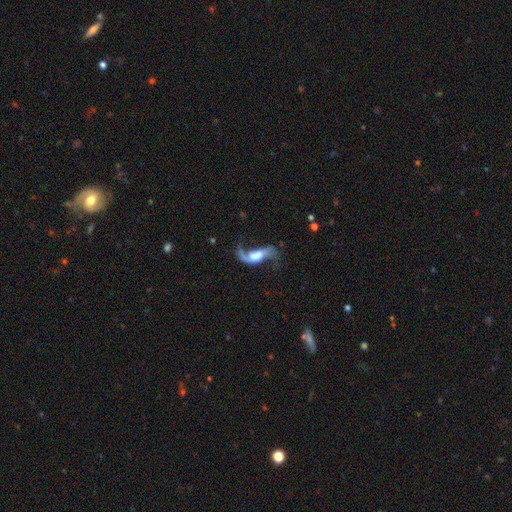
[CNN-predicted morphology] featured or disk 77%, smooth 16%, star or artifact 8%. Down the decision tree: edge-on disk — no (91%); bar — no (39%); spiral arms — yes (91%); spiral arm count — 2 (80%); spiral winding — loose (83%); bulge size — large (36%); merging — none (45%).